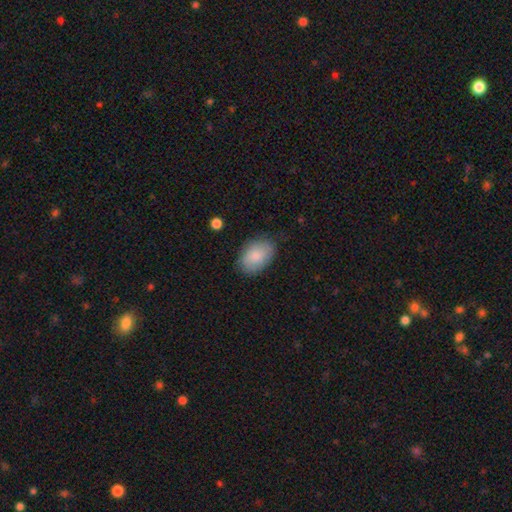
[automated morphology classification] The model was most divided on "merging": none: 79%, minor disturbance: 16%, major disturbance: 4%, merger: 1%. More confident: how rounded — in between (88%); smooth or featured — smooth (83%).